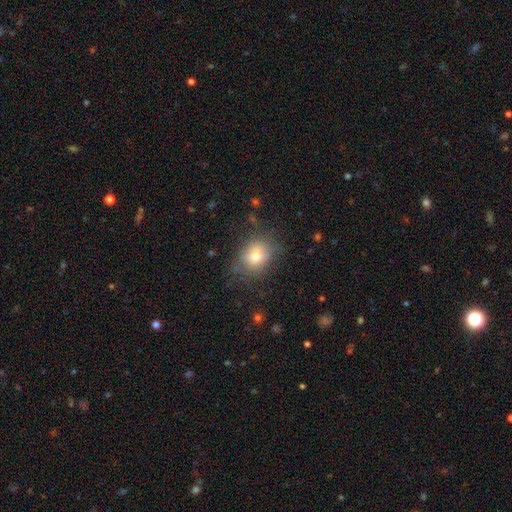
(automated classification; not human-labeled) The model was most divided on "how rounded": in between: 50%, round: 49%, cigar-shaped: 1%. More confident: smooth or featured — smooth (71%); merging — none (67%).